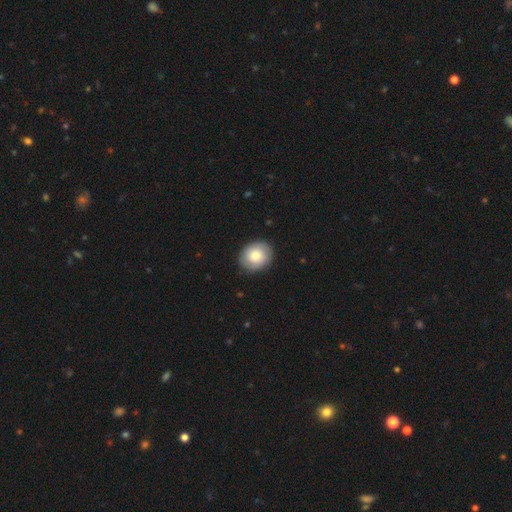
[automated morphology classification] Overall: smooth (72%). How rounded: round (64%; in between 35%). Merging: none (87%).